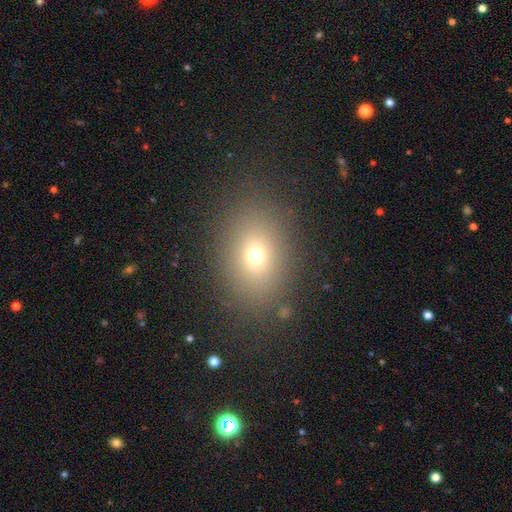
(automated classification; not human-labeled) This appears to be a smooth galaxy with no disk features (69%) that is in between round and cigar-shaped (63%). Merging: none (83%).